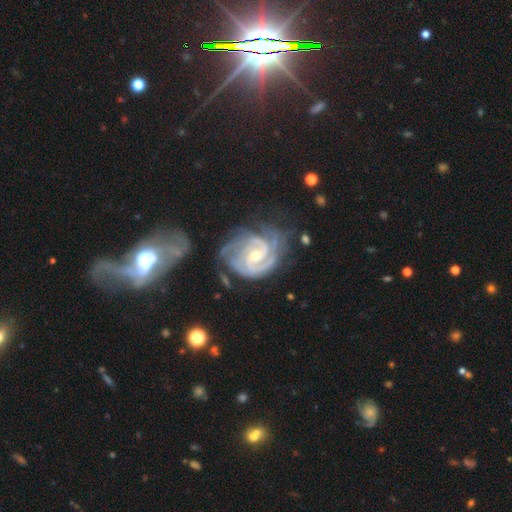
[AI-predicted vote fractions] Smooth or featured? featured or disk (93%)
Edge-on disk? no (98%)
Bar? no (44%)
Spiral arms? yes (98%)
Spiral winding? tight (66%)
Spiral arm count? 2 (42%)
Bulge size? small (50%)
Merging? none (55%)